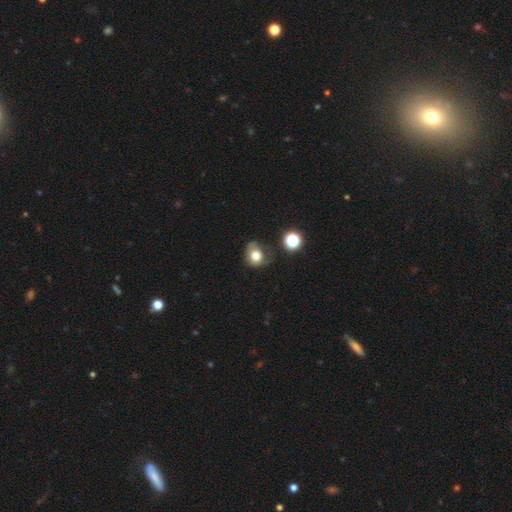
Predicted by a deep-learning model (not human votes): The model was most divided on "merging": none: 45%, minor disturbance: 33%, major disturbance: 16%, merger: 6%. More confident: smooth or featured — smooth (73%); how rounded — round (64%).